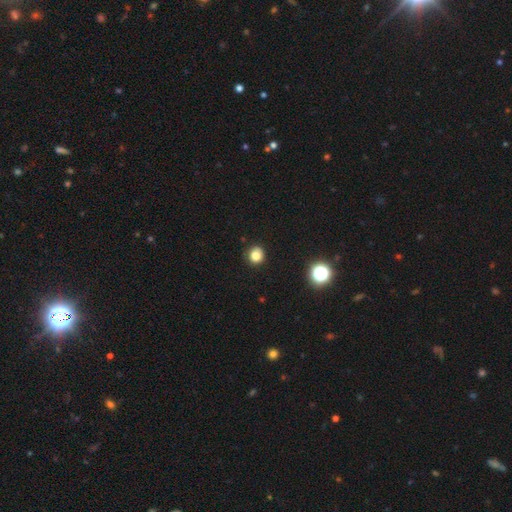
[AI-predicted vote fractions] smooth-or-featured: smooth: 81% | star or artifact: 14% | featured or disk: 6%
  how-rounded: round: 89% | in between: 11% | cigar-shaped: 1%
  merging: none: 87% | minor disturbance: 9% | major disturbance: 2% | merger: 1%